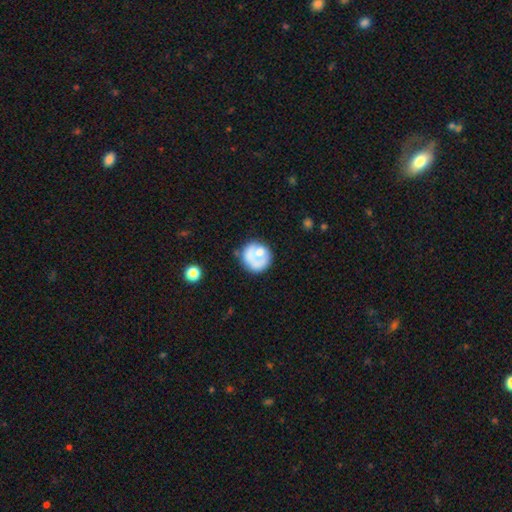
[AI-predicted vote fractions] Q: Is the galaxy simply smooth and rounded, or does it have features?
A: smooth — 59%.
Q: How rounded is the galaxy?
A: round — 86%.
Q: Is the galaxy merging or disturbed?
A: none — 55%.